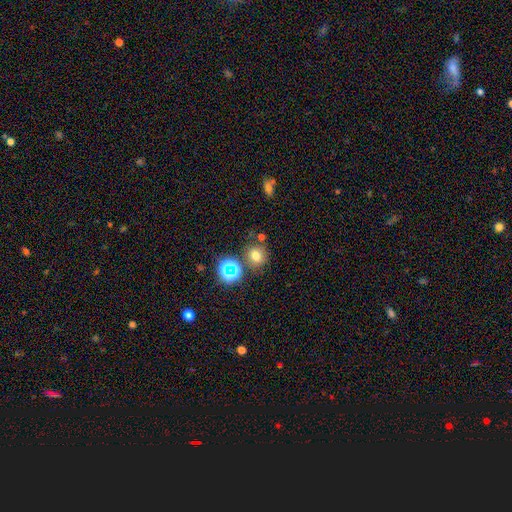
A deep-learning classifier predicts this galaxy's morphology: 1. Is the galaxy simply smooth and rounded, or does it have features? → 68% smooth, 22% star or artifact, 10% featured or disk.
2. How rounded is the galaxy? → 77% round, 22% in between, 1% cigar-shaped.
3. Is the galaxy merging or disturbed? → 73% none, 11% minor disturbance, 11% merger, 4% major disturbance.